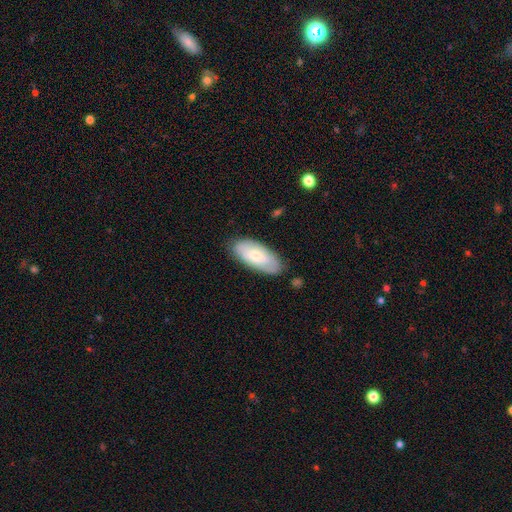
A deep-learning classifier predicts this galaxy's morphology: smooth-or-featured: smooth: 61% | featured or disk: 34% | star or artifact: 6%
  how-rounded: in between: 89% | cigar-shaped: 8% | round: 2%
  merging: none: 79% | minor disturbance: 16% | major disturbance: 3% | merger: 2%